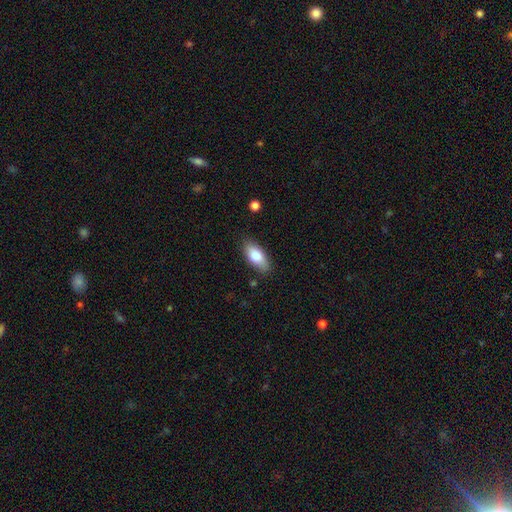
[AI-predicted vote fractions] The model was most divided on "smooth or featured": smooth: 79%, featured or disk: 14%, star or artifact: 6%. More confident: how rounded — in between (85%); merging — none (82%).